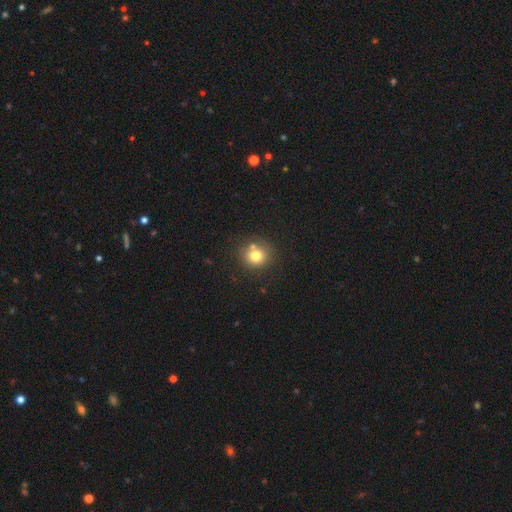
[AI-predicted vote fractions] Q: Smooth or featured?
A: smooth (76%); runner-up: star or artifact (13%)
Q: How rounded?
A: round (87%); runner-up: in between (12%)
Q: Merging?
A: none (70%); runner-up: merger (16%)